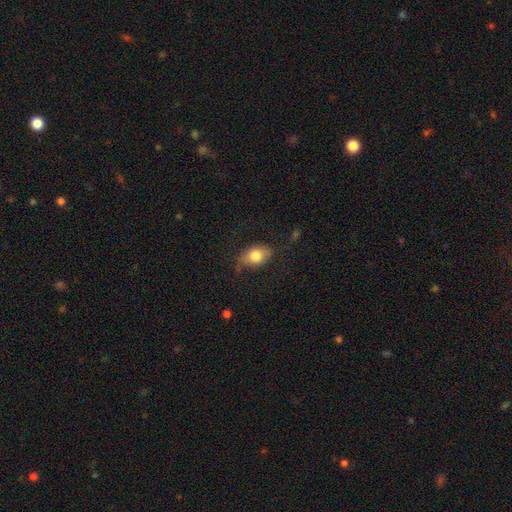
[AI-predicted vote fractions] smooth_or_featured: smooth (p=0.78) [alt: featured or disk p=0.14]
how_rounded: in between (p=0.81) [alt: round p=0.17]
merging: none (p=0.71) [alt: minor disturbance p=0.21]